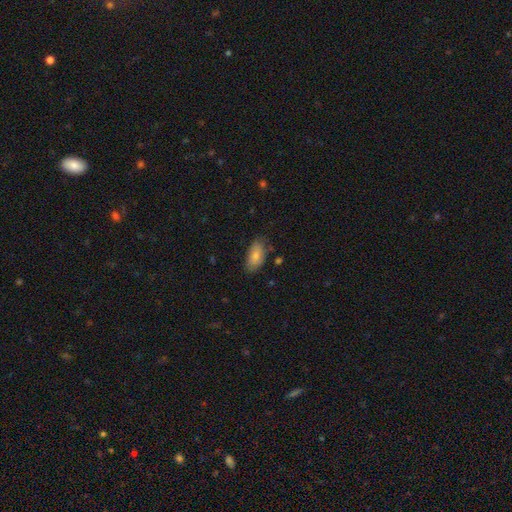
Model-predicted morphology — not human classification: This appears to be a smooth galaxy with no disk features (80%) that is in between round and cigar-shaped (92%). Merging: none (68%).